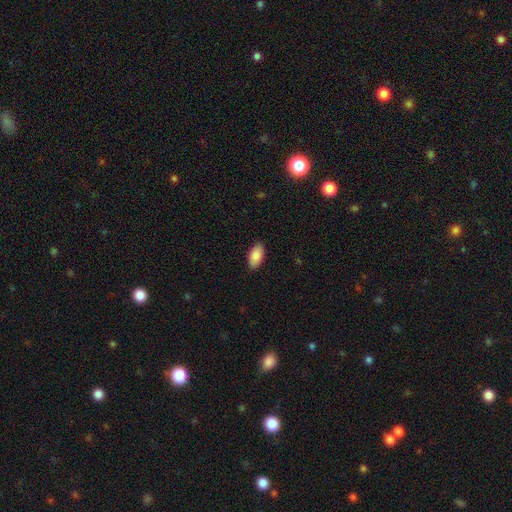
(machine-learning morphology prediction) smooth 86%, featured or disk 8%, star or artifact 6%. Down the decision tree: how rounded — in between (94%); merging — none (89%).